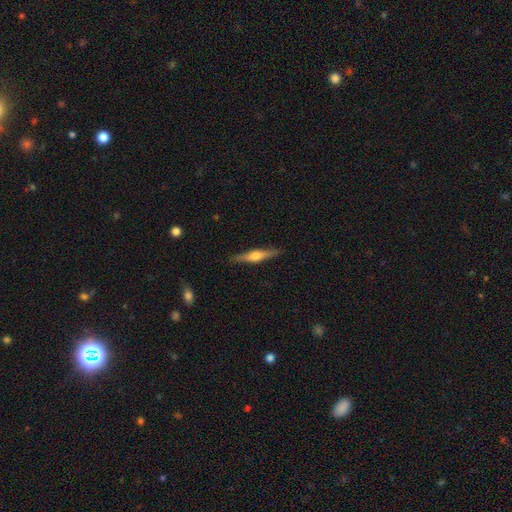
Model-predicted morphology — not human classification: type=featured or disk (63%); edge-on=yes (96%); edge-on bulge=rounded (87%); merging=none (89%).